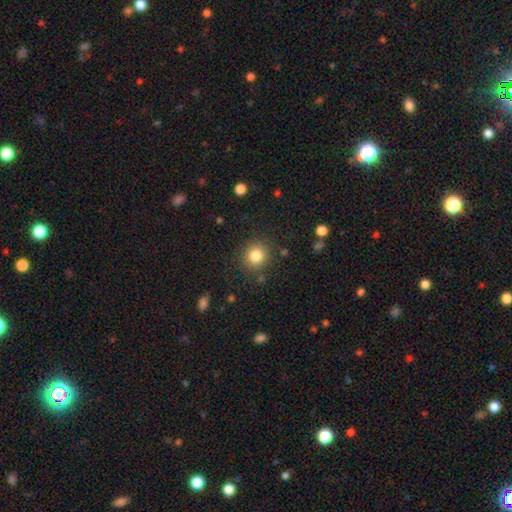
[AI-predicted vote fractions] A smooth galaxy with no disk features (82%) that is round (88%). Merging: none (87%).